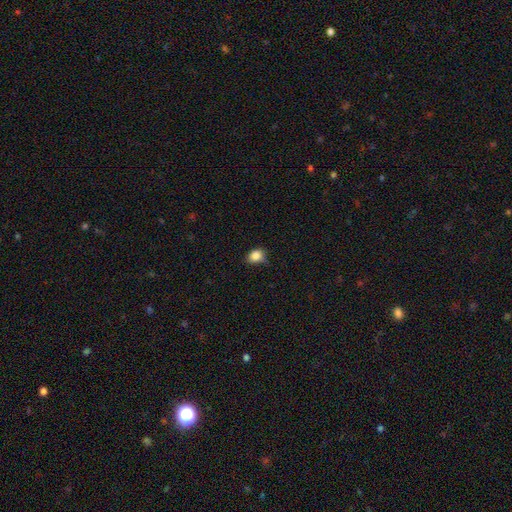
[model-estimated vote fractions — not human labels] Smooth or featured? Predicted: smooth (p=0.85). How rounded? Predicted: round (p=0.57). Merging? Predicted: none (p=0.69).